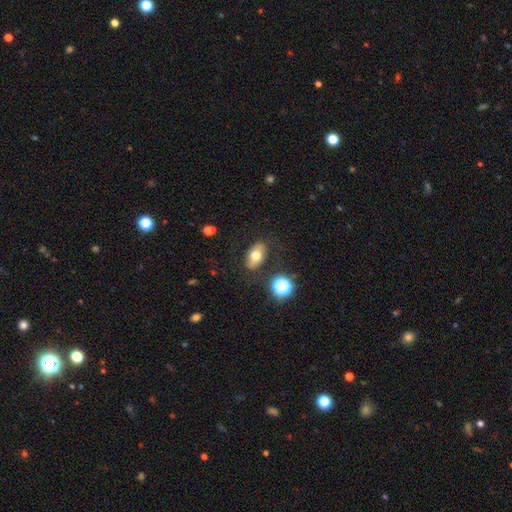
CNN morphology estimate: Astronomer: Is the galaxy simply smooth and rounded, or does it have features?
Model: smooth — 69%.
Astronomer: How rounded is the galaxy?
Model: in between — 88%.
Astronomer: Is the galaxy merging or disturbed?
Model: none — 79%.